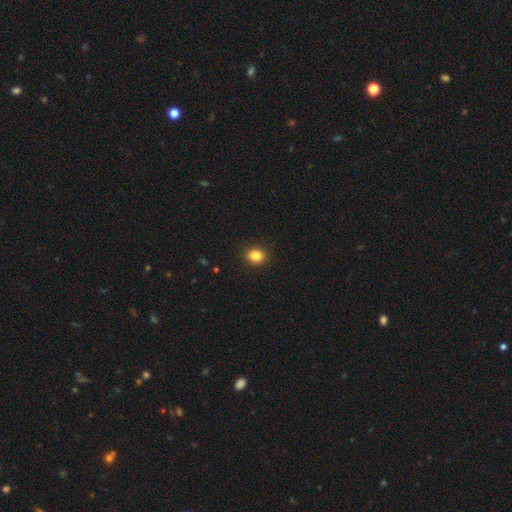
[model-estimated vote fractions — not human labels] This appears to be a smooth galaxy with no disk features (85%) that is round (69%). Merging: none (91%).